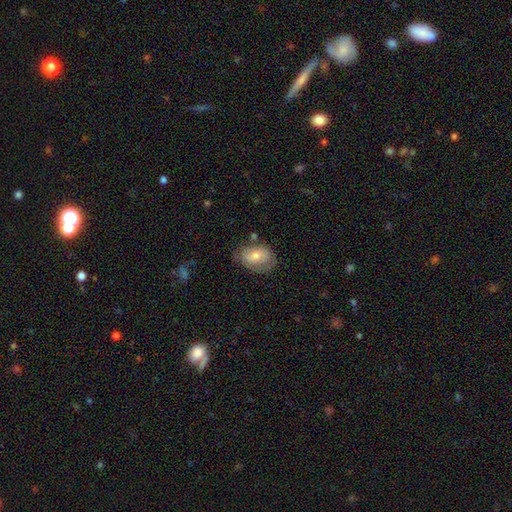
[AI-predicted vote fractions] Smooth or featured? Predicted: smooth (p=0.63). How rounded? Predicted: in between (p=0.78). Merging? Predicted: none (p=0.59).